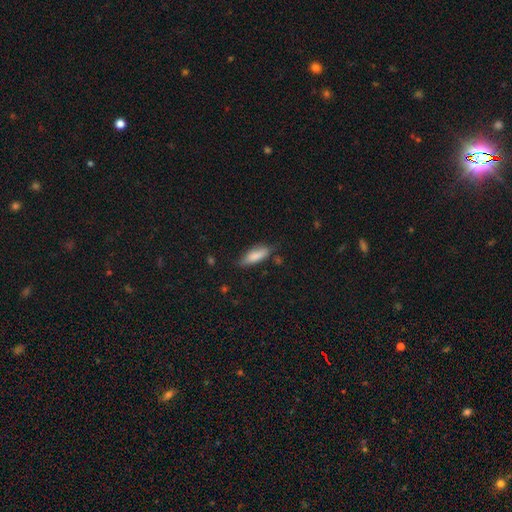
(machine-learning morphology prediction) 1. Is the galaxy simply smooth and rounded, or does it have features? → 83% smooth, 10% featured or disk, 6% star or artifact.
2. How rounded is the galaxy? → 64% in between, 34% cigar-shaped, 2% round.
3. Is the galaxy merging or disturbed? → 68% none, 25% minor disturbance, 5% major disturbance, 2% merger.